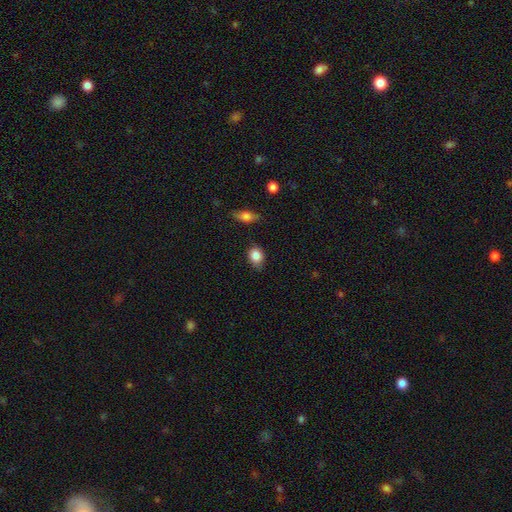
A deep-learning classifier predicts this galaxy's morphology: Smooth or featured: smooth — 85% (star or artifact — 9%)
How rounded: in between — 50% (round — 49%)
Merging: none — 72% (minor disturbance — 22%)